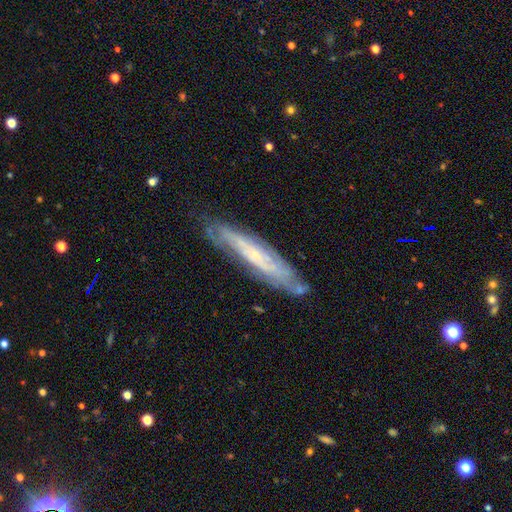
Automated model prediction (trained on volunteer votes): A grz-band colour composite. It shows a featured or disk galaxy (72%) viewed edge-on (52%). Merging: none (72%).